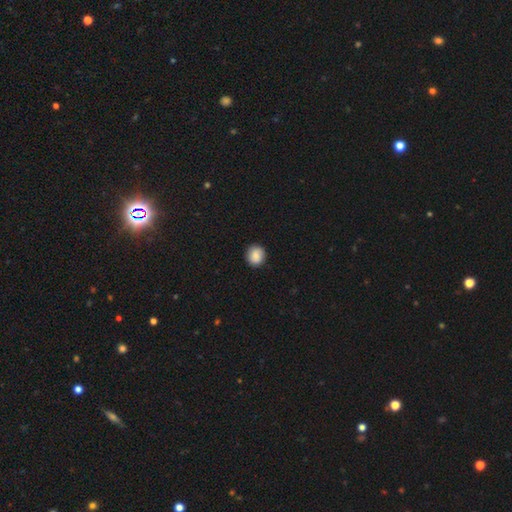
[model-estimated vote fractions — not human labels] smooth 87%, star or artifact 8%, featured or disk 5%. Down the decision tree: how rounded — round (86%); merging — none (88%).